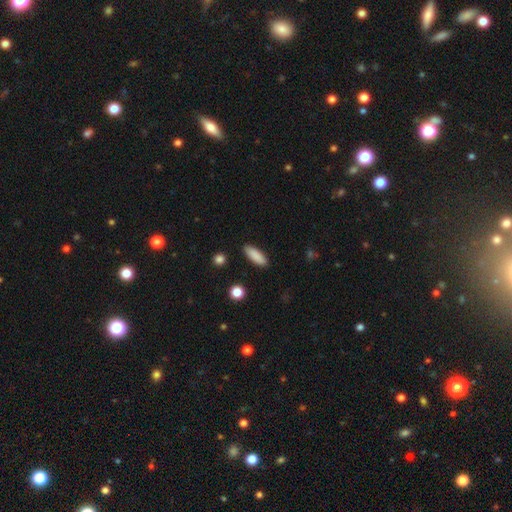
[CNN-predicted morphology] smooth-or-featured: smooth: 89% | star or artifact: 6% | featured or disk: 5%
  how-rounded: in between: 55% | cigar-shaped: 43% | round: 2%
  merging: none: 89% | minor disturbance: 8% | major disturbance: 2% | merger: 1%